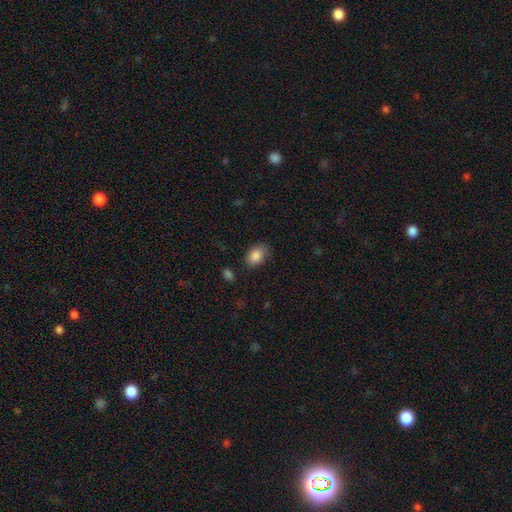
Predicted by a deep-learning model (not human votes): Overall: smooth (86%). How rounded: in between (78%). Merging: none (71%).